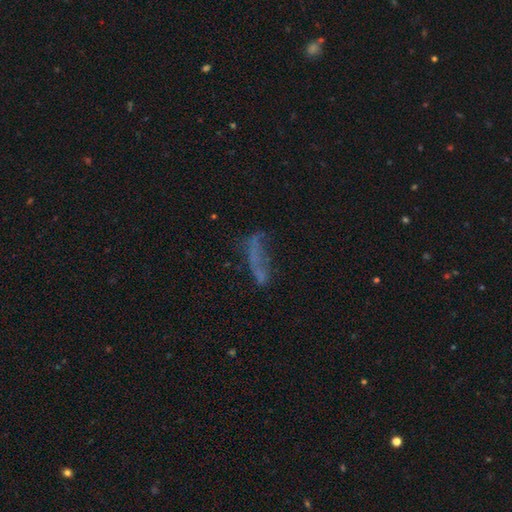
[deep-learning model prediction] smooth-or-featured: smooth: 41% | featured or disk: 37% | star or artifact: 22%
  merging: none: 39% | major disturbance: 31% | minor disturbance: 21% | merger: 9%